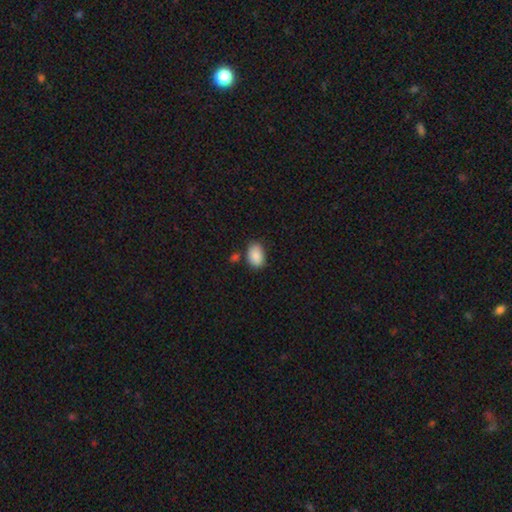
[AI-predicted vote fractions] smooth-or-featured: smooth: 88% | star or artifact: 7% | featured or disk: 5%
  how-rounded: in between: 87% | round: 12% | cigar-shaped: 1%
  merging: none: 74% | minor disturbance: 17% | merger: 6% | major disturbance: 3%